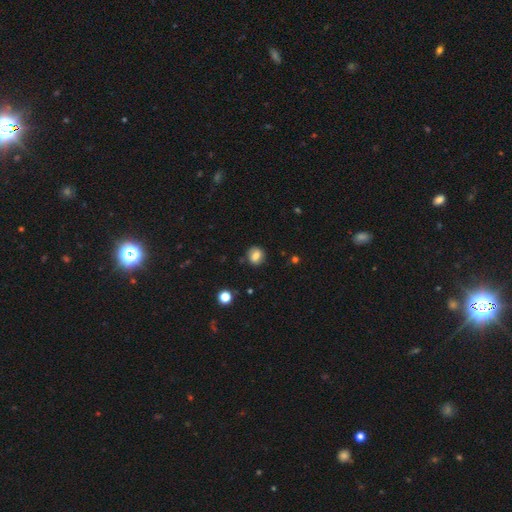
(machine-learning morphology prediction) Smooth or featured: smooth — 78% (featured or disk — 12%)
How rounded: round — 76% (in between — 23%)
Merging: none — 84% (minor disturbance — 11%)